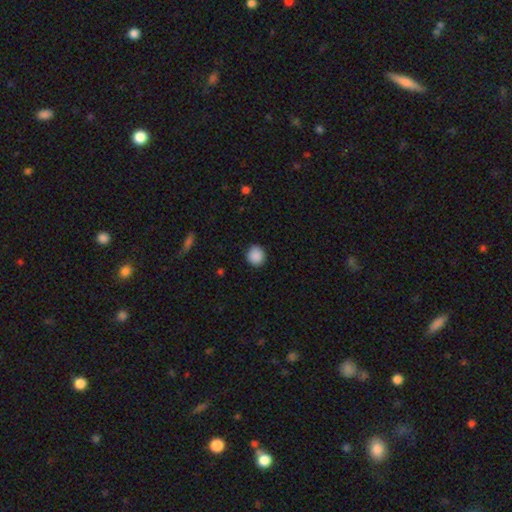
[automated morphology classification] The model was most divided on "smooth or featured": smooth: 89%, star or artifact: 9%, featured or disk: 2%. More confident: how rounded — round (91%); merging — none (90%).